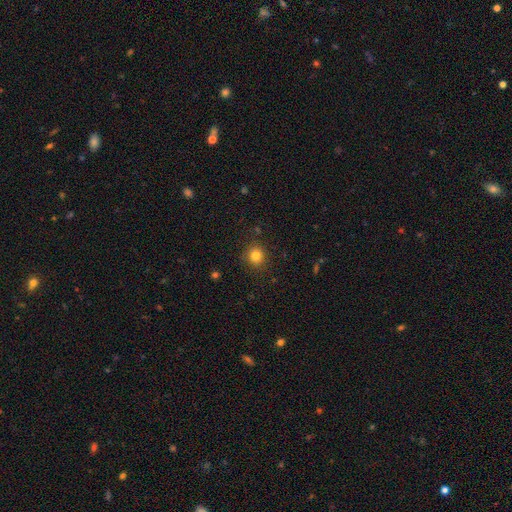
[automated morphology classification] smooth-or-featured: smooth: 82% | star or artifact: 12% | featured or disk: 5%
  how-rounded: round: 88% | in between: 11% | cigar-shaped: 1%
  merging: none: 88% | minor disturbance: 8% | major disturbance: 2% | merger: 1%